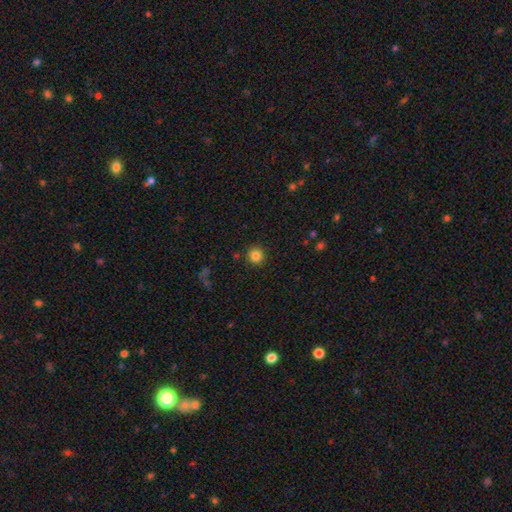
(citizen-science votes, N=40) This appears to be a smooth galaxy with no disk features (82%) that is round (100%). Merging: none (97%).